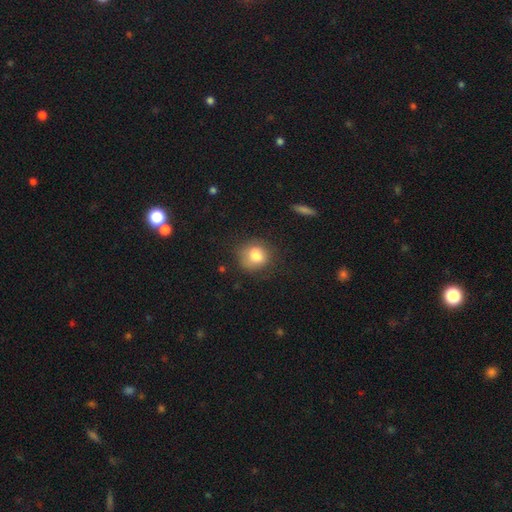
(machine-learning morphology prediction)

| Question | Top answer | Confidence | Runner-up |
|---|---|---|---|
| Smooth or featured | smooth | 80% | featured or disk (11%) |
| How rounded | round | 75% | in between (24%) |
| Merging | none | 67% | minor disturbance (22%) |